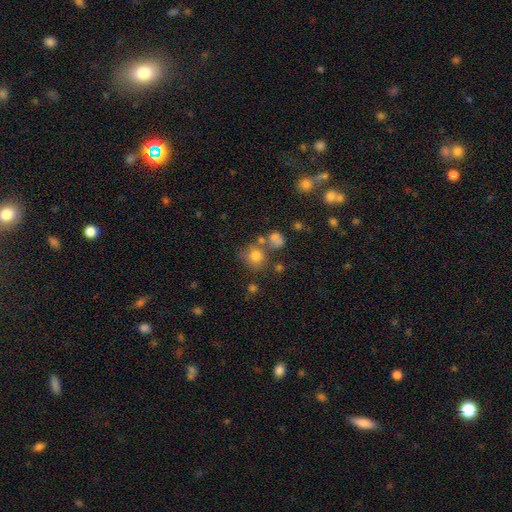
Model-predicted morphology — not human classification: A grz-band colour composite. It shows a smooth galaxy with no disk features (77%) that is round (80%). Merging: none (60%).